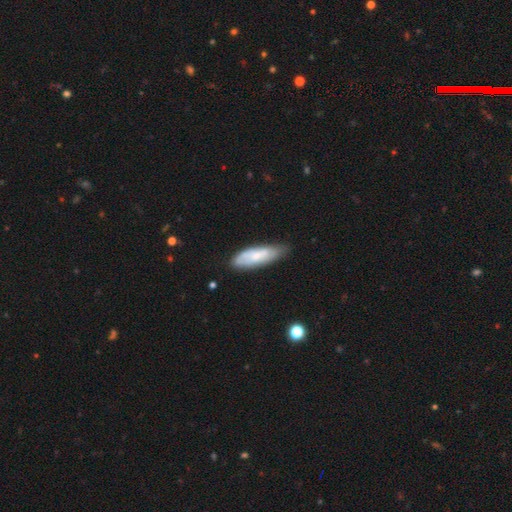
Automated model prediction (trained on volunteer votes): smooth-or-featured: smooth: 63% | featured or disk: 30% | star or artifact: 6%
  how-rounded: in between: 52% | cigar-shaped: 47% | round: 2%
  merging: none: 64% | minor disturbance: 27% | major disturbance: 6% | merger: 3%